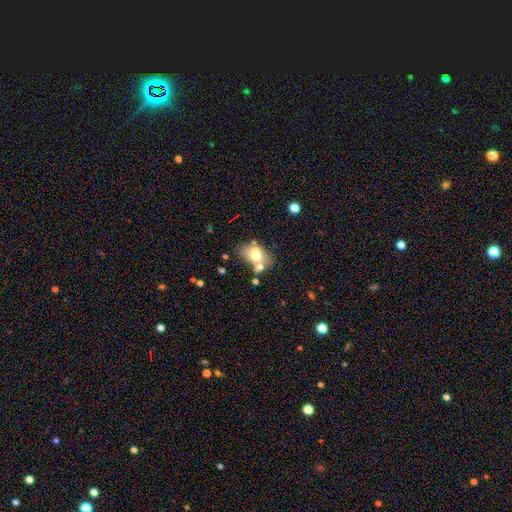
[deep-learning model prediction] This appears to be a smooth galaxy with no disk features (62%) that is in between round and cigar-shaped (76%). Merging: none (39%).